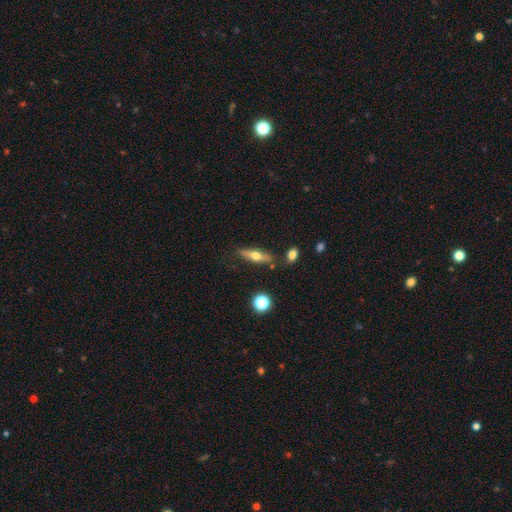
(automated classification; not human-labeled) Smooth or featured: smooth — 48% (featured or disk — 45%)
Merging: none — 77% (minor disturbance — 14%)